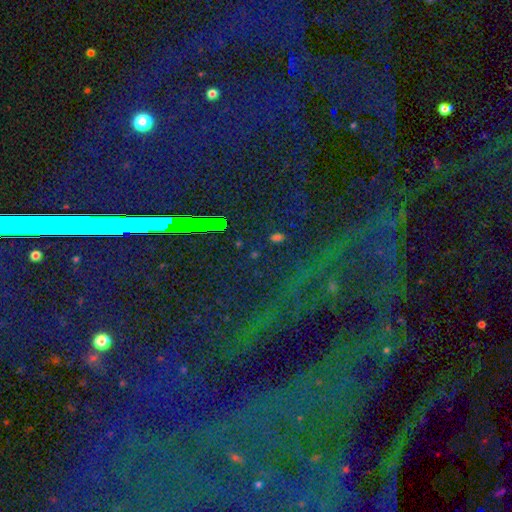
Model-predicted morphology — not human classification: Smooth or featured: star or artifact — 85% (featured or disk — 8%)